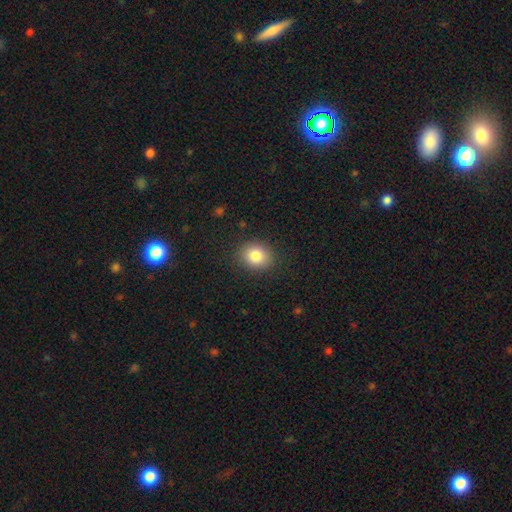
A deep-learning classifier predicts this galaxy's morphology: smooth 82%, star or artifact 10%, featured or disk 8%. Down the decision tree: how rounded — round (60%); merging — none (88%).